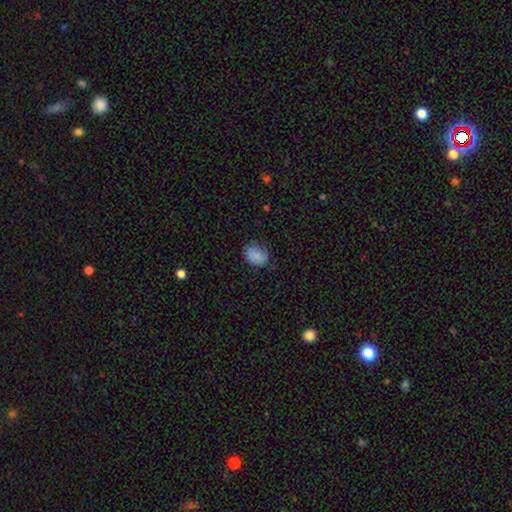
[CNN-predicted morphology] This is clearly a smooth galaxy (82%). How rounded: possibly in between (52%). Merging: likely none (69%).